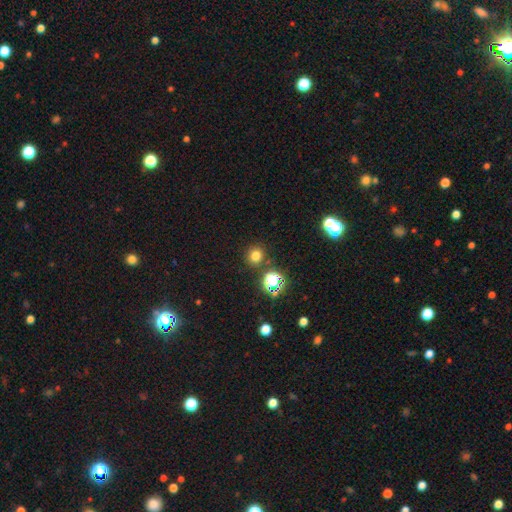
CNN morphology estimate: Overall: smooth (72%). How rounded: round (89%). Merging: none (86%).